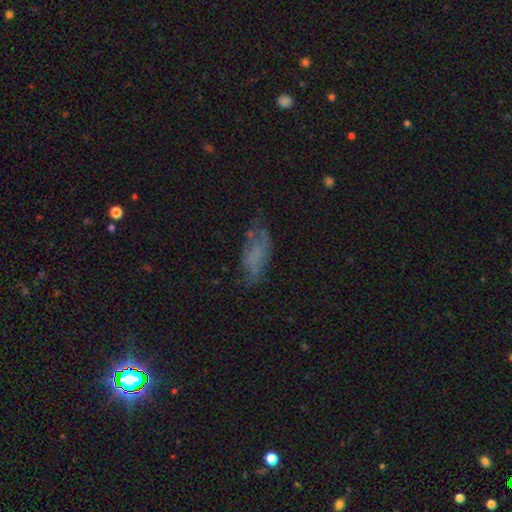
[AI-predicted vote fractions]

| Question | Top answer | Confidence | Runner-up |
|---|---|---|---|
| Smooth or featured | smooth | 49% | featured or disk (37%) |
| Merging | none | 51% | minor disturbance (27%) |